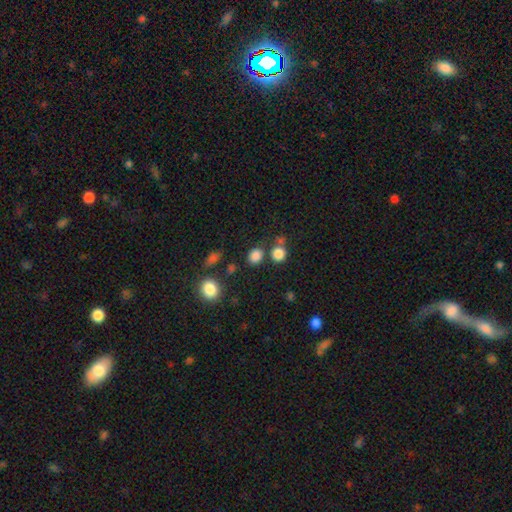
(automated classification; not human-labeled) Smooth or featured? smooth (83%)
How rounded? round (67%)
Merging? none (73%)